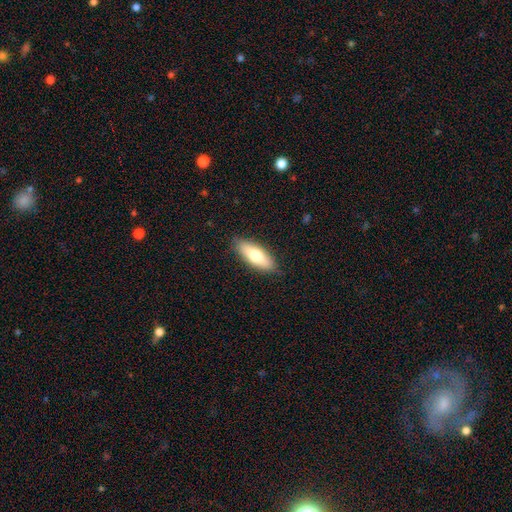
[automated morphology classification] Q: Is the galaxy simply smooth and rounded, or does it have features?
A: smooth — 69%.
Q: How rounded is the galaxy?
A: in between — 68%.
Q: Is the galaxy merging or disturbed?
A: none — 87%.